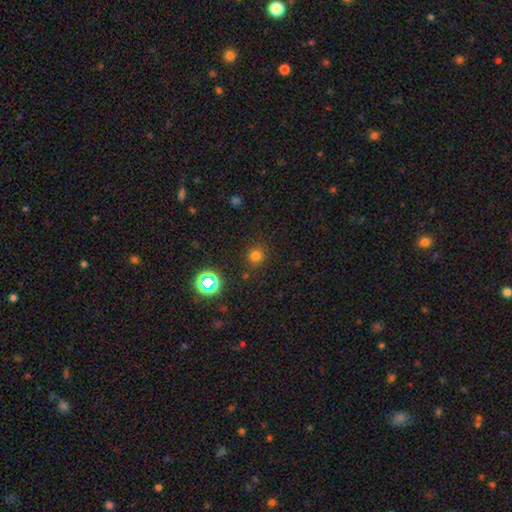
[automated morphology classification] A smooth galaxy with no disk features (73%) that is round (90%).

Vote fractions:
- Smooth or featured? smooth: 73% / star or artifact: 21% / featured or disk: 6%
- How rounded? round: 90% / in between: 9% / cigar-shaped: 1%
- Merging? none: 85% / minor disturbance: 9% / major disturbance: 3% / merger: 2%